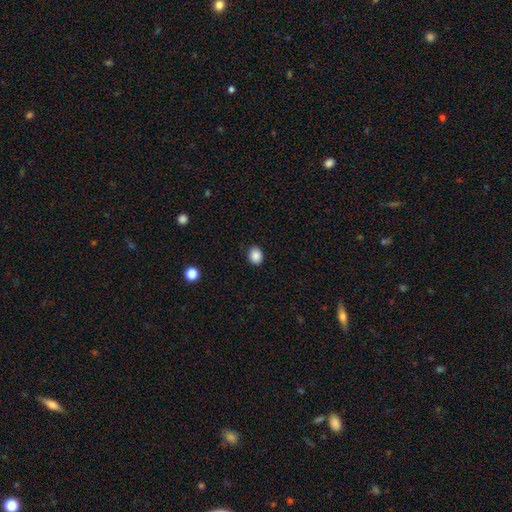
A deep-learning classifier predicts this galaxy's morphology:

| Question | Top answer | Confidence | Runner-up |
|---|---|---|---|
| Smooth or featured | smooth | 87% | star or artifact (9%) |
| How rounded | round | 58% | in between (41%) |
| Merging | none | 89% | minor disturbance (8%) |